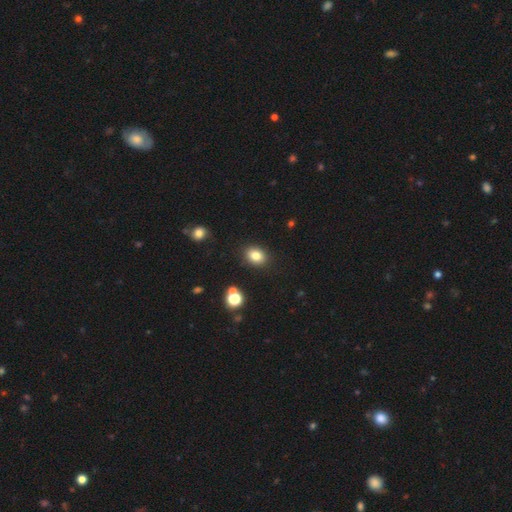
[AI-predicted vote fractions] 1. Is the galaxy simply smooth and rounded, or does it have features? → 81% smooth, 12% star or artifact, 7% featured or disk.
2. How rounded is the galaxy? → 60% in between, 39% round, 1% cigar-shaped.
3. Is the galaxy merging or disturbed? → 86% none, 9% minor disturbance, 3% major disturbance, 2% merger.